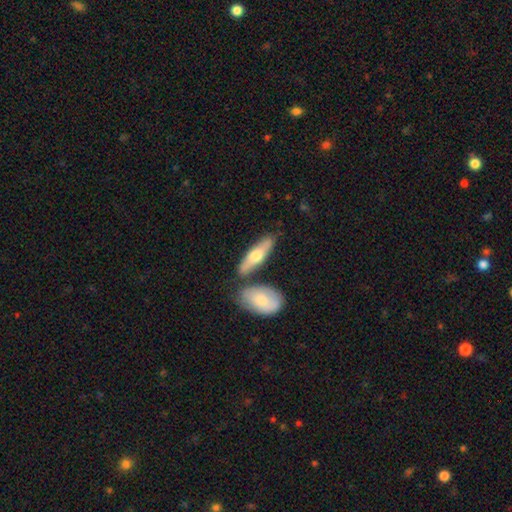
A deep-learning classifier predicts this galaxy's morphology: Smooth or featured? smooth (55%)
How rounded? cigar-shaped (52%)
Merging? none (71%)